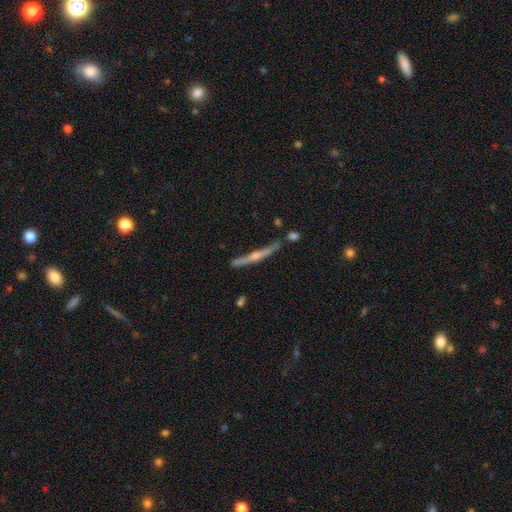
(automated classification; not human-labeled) A featured or disk galaxy (73%) viewed edge-on (97%) with a rounded central bulge (78%). Merging: none (78%).